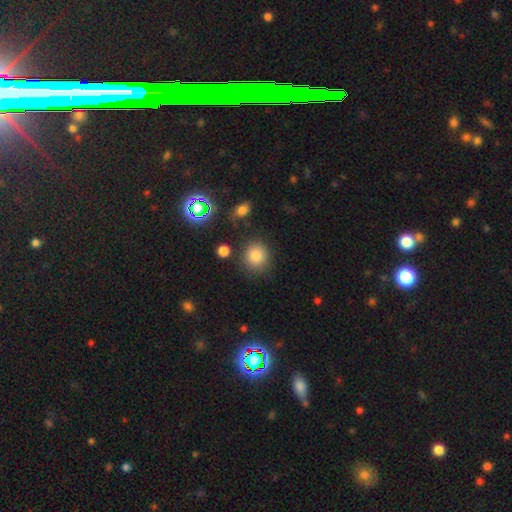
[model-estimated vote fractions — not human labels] A smooth galaxy with no disk features (82%) that is round (85%). Merging: none (82%).